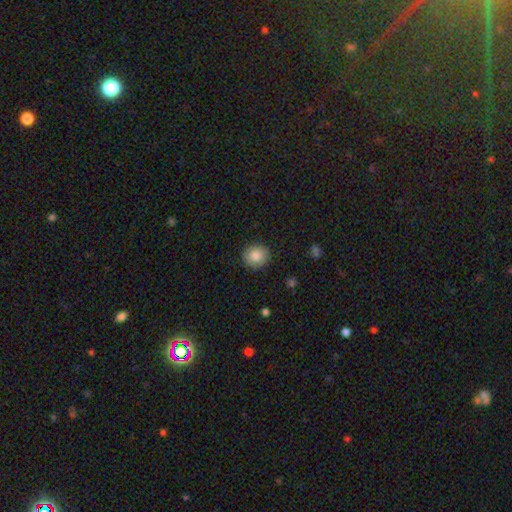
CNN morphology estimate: type=smooth (86%); roundness=round (78%); merging=none (89%).